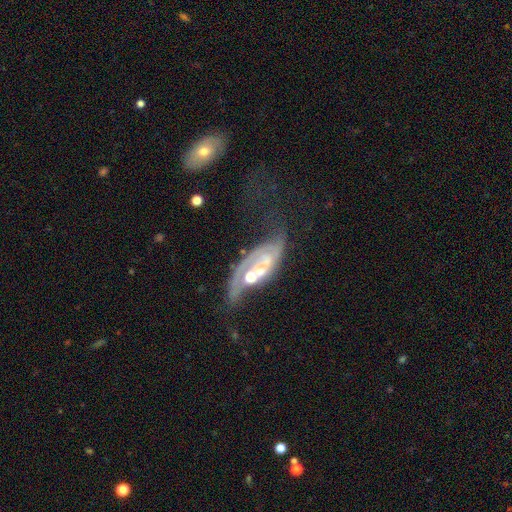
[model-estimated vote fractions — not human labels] Morphology: type=featured or disk (72%); edge-on=no (89%); bar=no (66%); spiral arms=yes (67%); bulge=moderate (53%); merging=merger (40%).